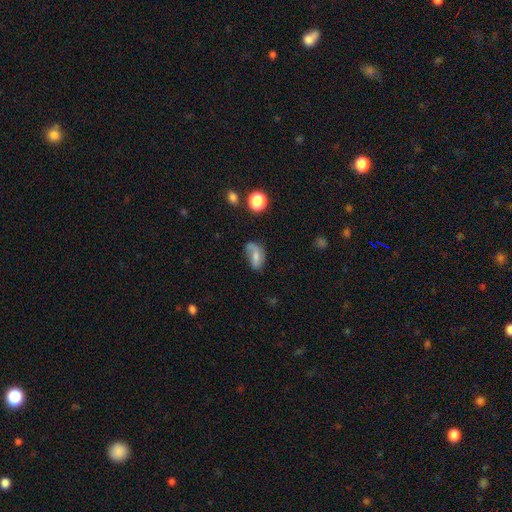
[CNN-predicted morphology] Smooth or featured? Predicted: smooth (p=0.57). How rounded? Predicted: in between (p=0.86). Merging? Predicted: none (p=0.40).